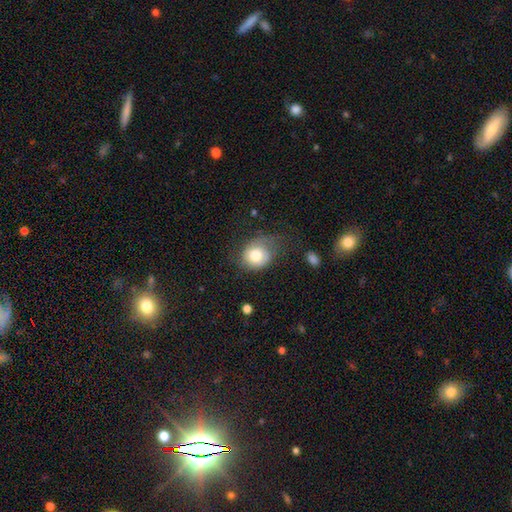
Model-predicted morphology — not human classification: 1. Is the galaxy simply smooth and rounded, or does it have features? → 74% smooth, 18% featured or disk, 8% star or artifact.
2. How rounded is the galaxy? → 62% round, 37% in between, 1% cigar-shaped.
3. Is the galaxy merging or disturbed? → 45% none, 31% minor disturbance, 22% major disturbance, 3% merger.